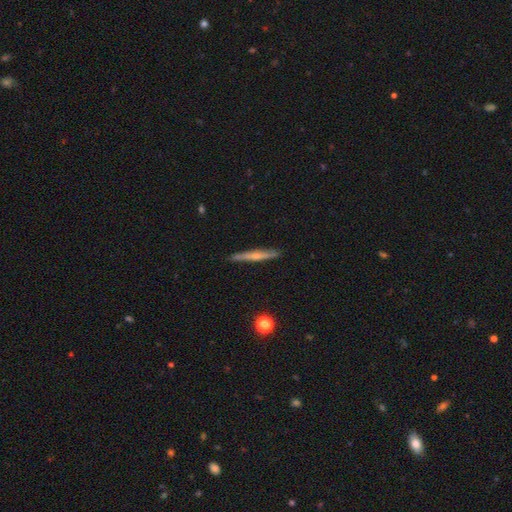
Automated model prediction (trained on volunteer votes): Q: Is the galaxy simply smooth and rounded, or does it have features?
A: featured or disk — 53%.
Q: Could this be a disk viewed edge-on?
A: yes — 95%.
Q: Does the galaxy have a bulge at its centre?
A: rounded — 54%.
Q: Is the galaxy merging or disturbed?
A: none — 87%.